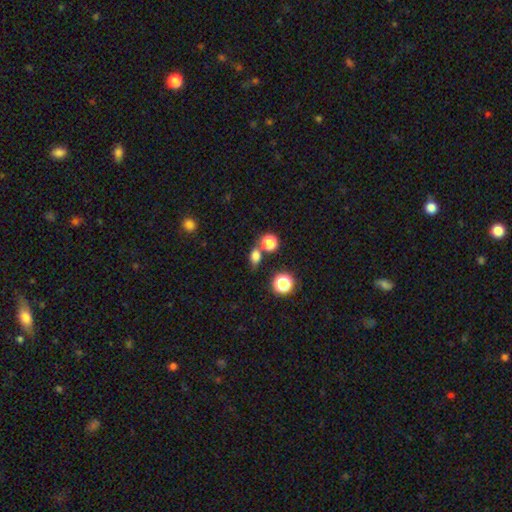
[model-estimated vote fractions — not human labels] Overall: smooth (74%). How rounded: in between (53%; round 43%). Merging: none (58%; merger 24%).